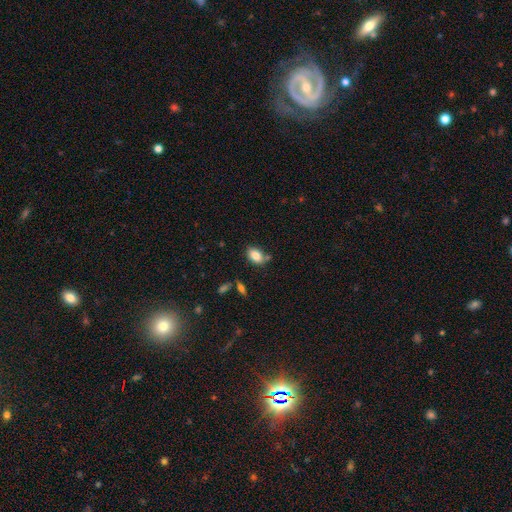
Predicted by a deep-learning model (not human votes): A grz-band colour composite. It shows a smooth galaxy with no disk features (82%) that is in between round and cigar-shaped (87%). Merging: none (68%).